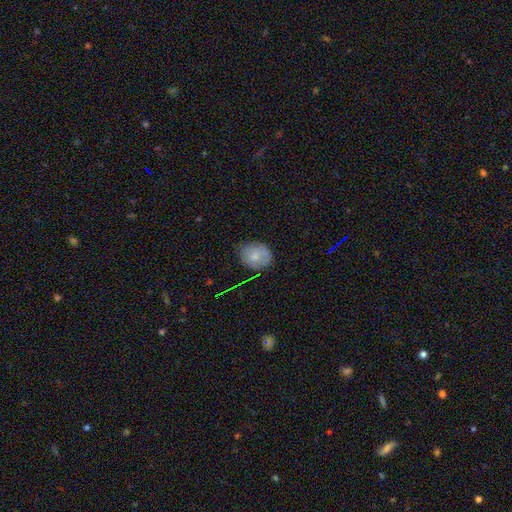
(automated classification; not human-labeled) Morphology: type=smooth (70%); roundness=round (53%); merging=none (69%).